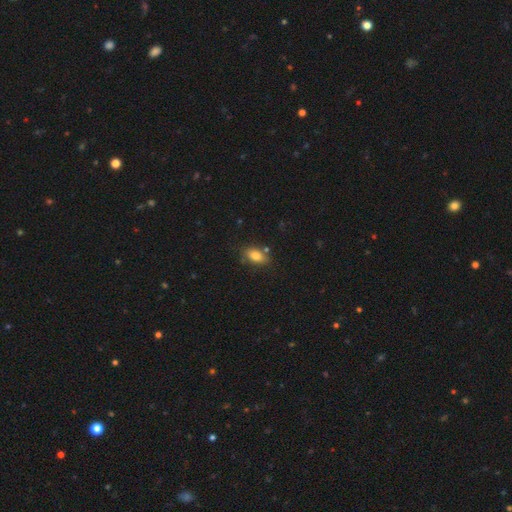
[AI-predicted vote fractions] Q: Smooth or featured?
A: smooth (82%); runner-up: featured or disk (10%)
Q: How rounded?
A: in between (87%); runner-up: round (9%)
Q: Merging?
A: none (73%); runner-up: minor disturbance (17%)